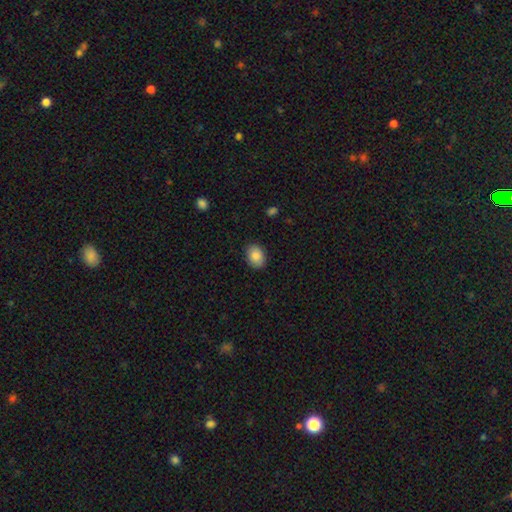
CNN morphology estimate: A smooth galaxy with no disk features (86%) that is in between round and cigar-shaped (72%).

Vote fractions:
- Smooth or featured? smooth: 86% / star or artifact: 8% / featured or disk: 7%
- How rounded? in between: 72% / round: 27% / cigar-shaped: 1%
- Merging? none: 87% / minor disturbance: 9% / major disturbance: 2% / merger: 1%